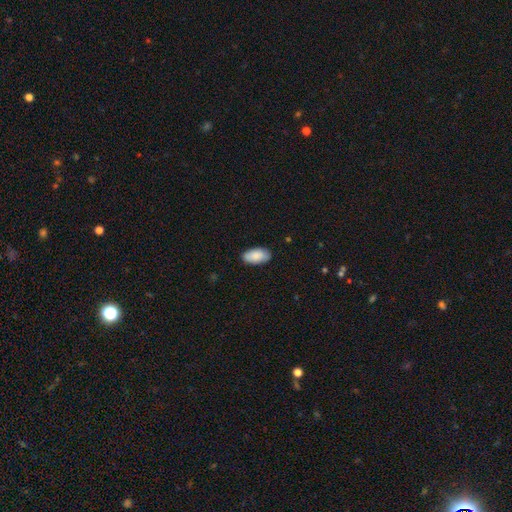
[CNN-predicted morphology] A smooth galaxy with no disk features (86%) that is in between round and cigar-shaped (95%).

Vote fractions:
- Smooth or featured? smooth: 86% / featured or disk: 8% / star or artifact: 6%
- How rounded? in between: 95% / cigar-shaped: 3% / round: 2%
- Merging? none: 85% / minor disturbance: 12% / major disturbance: 2% / merger: 1%